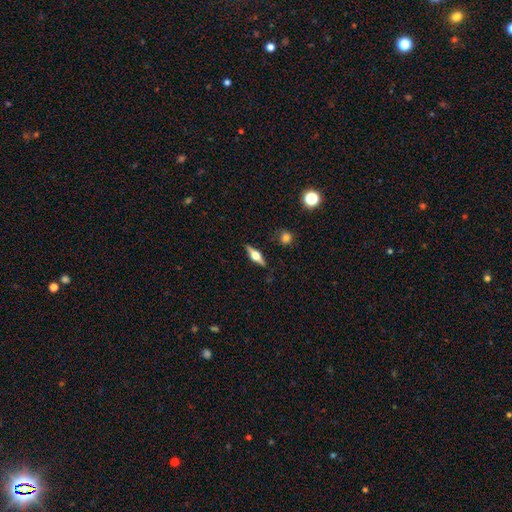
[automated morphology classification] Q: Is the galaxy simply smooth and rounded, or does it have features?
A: featured or disk — 66%.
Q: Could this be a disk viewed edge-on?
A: yes — 96%.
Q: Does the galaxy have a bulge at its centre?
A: rounded — 93%.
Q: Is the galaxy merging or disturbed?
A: none — 86%.